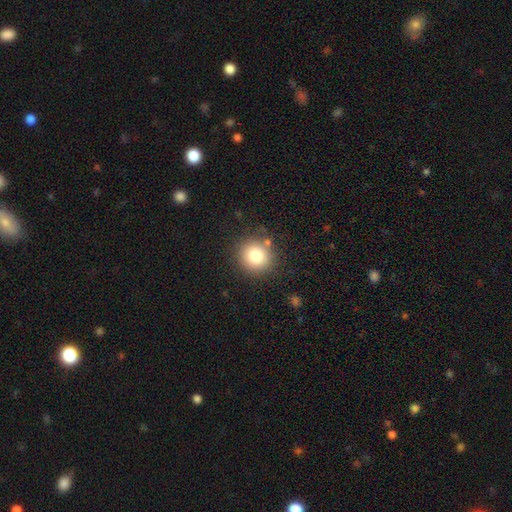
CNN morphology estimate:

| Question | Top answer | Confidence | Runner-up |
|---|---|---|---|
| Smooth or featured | smooth | 81% | star or artifact (11%) |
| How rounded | round | 90% | in between (9%) |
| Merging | none | 83% | minor disturbance (9%) |